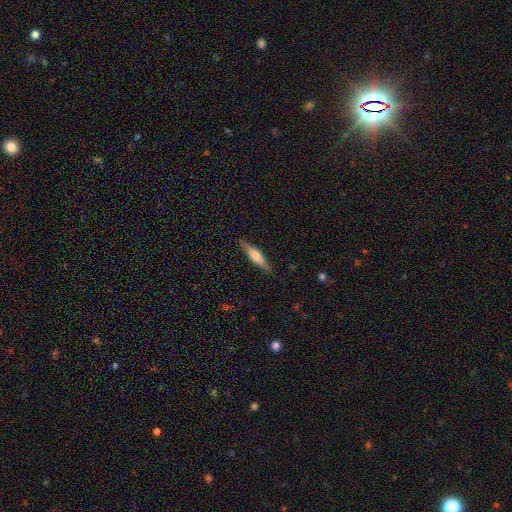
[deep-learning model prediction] This is possibly a smooth galaxy (55%). How rounded: likely cigar-shaped (79%). Merging: clearly none (86%).